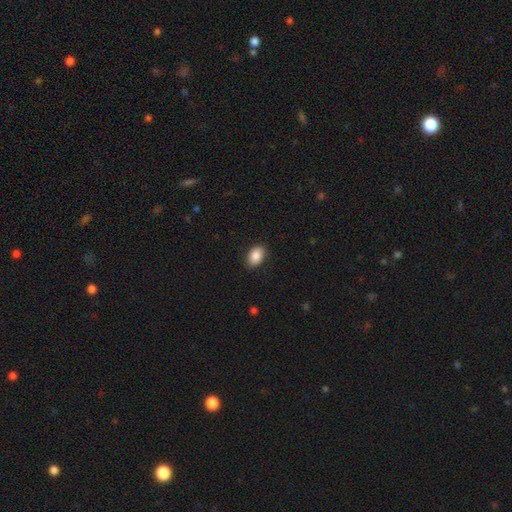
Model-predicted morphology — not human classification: Overall: smooth (88%). How rounded: in between (88%). Merging: none (88%).